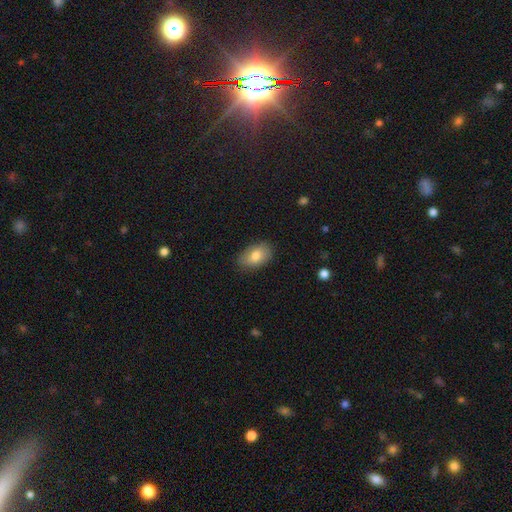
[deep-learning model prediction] The model was most divided on "smooth or featured": smooth: 77%, featured or disk: 16%, star or artifact: 7%. More confident: how rounded — in between (91%); merging — none (80%).